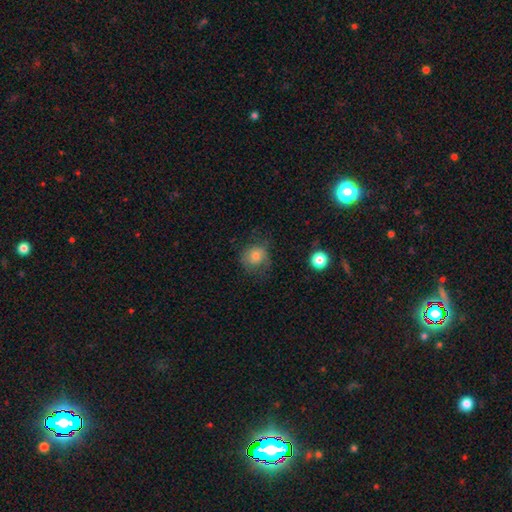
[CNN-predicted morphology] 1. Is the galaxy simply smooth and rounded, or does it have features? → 75% smooth, 13% featured or disk, 12% star or artifact.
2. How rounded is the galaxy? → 74% round, 26% in between, 1% cigar-shaped.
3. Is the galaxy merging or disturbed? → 60% none, 25% minor disturbance, 14% major disturbance, 2% merger.